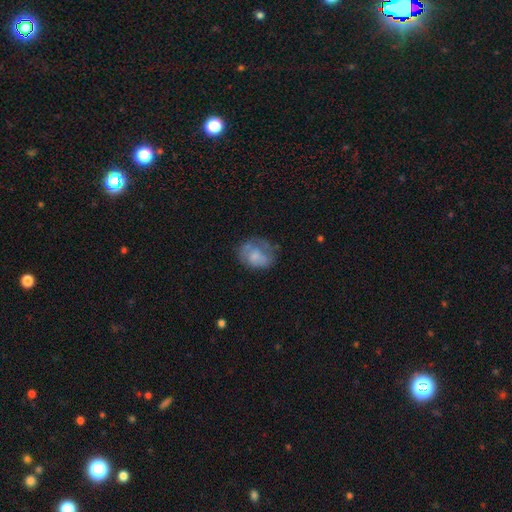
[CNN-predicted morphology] A smooth galaxy with no disk features (63%) that is in between round and cigar-shaped (59%). Merging: none (47%).